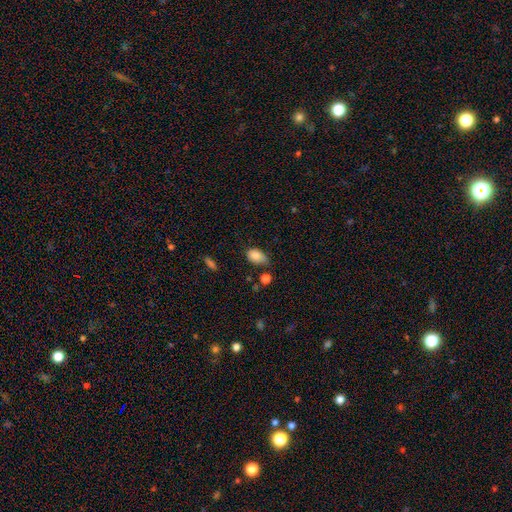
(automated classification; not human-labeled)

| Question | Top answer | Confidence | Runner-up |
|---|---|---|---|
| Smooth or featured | smooth | 85% | star or artifact (8%) |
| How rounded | in between | 89% | round (9%) |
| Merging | none | 58% | minor disturbance (32%) |